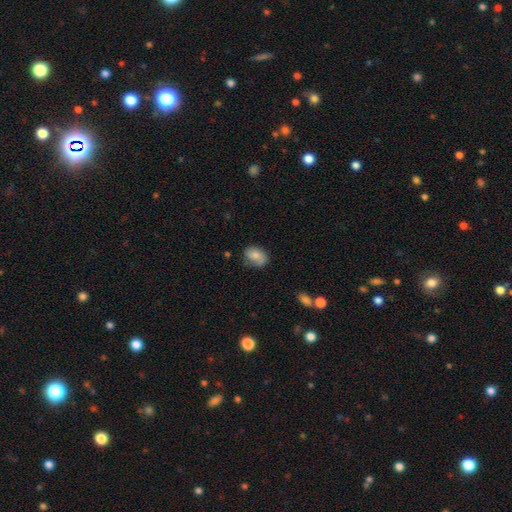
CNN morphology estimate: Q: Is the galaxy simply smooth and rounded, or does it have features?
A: smooth — 74%.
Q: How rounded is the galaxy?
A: in between — 77%.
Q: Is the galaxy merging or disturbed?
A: none — 64%.